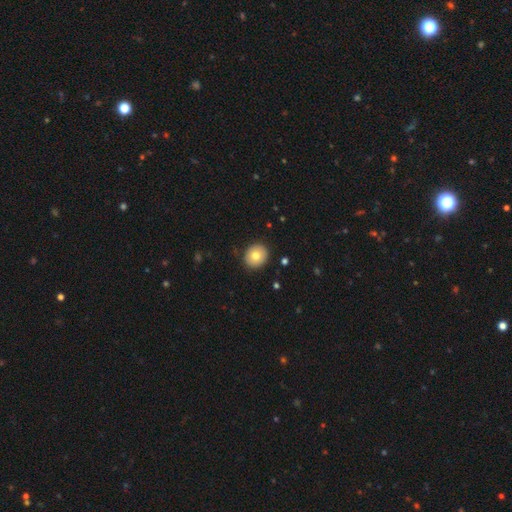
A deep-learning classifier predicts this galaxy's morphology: This appears to be a smooth galaxy with no disk features (77%) that is round (76%). Merging: none (90%).